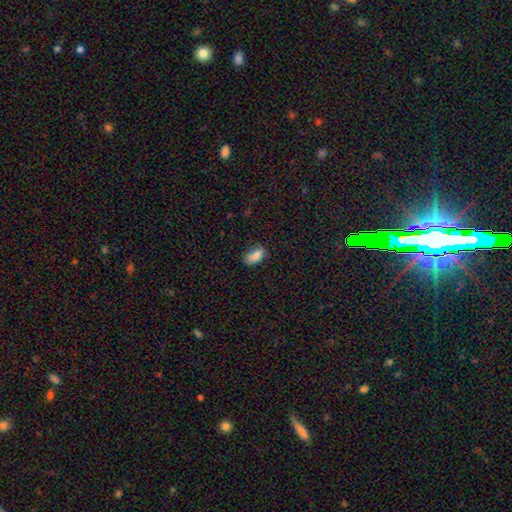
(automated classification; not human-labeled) smooth-or-featured: smooth: 84% | star or artifact: 8% | featured or disk: 7%
  how-rounded: in between: 89% | cigar-shaped: 7% | round: 4%
  merging: none: 67% | minor disturbance: 25% | major disturbance: 6% | merger: 2%